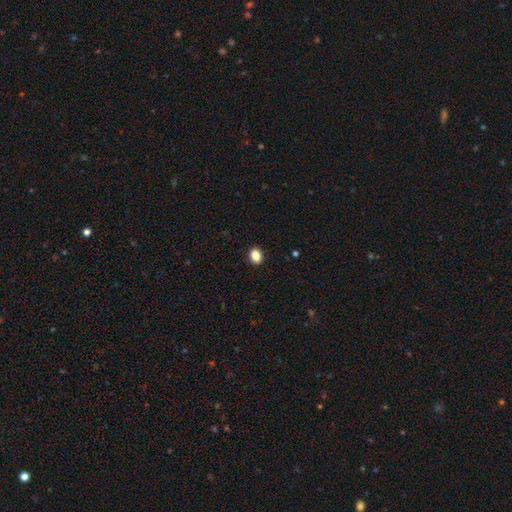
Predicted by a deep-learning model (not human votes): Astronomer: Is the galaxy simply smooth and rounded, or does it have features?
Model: smooth — 87%.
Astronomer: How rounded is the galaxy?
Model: in between — 67%.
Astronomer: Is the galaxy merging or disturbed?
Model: none — 91%.